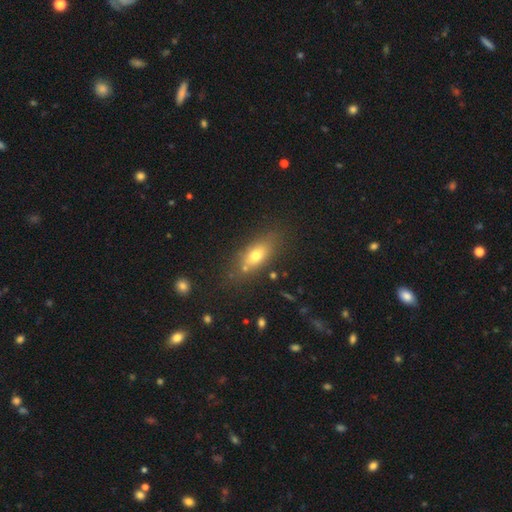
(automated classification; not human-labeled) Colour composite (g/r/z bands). It shows a smooth galaxy with no disk features (67%) that is in between round and cigar-shaped (74%). Merging: none (73%).